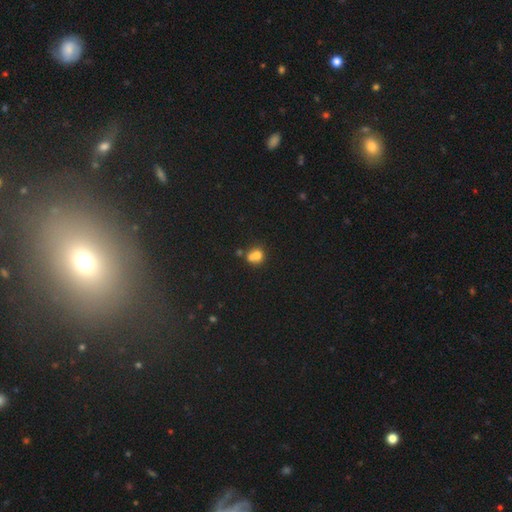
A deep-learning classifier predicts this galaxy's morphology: Smooth or featured? smooth (70%)
How rounded? round (72%)
Merging? merger (55%)